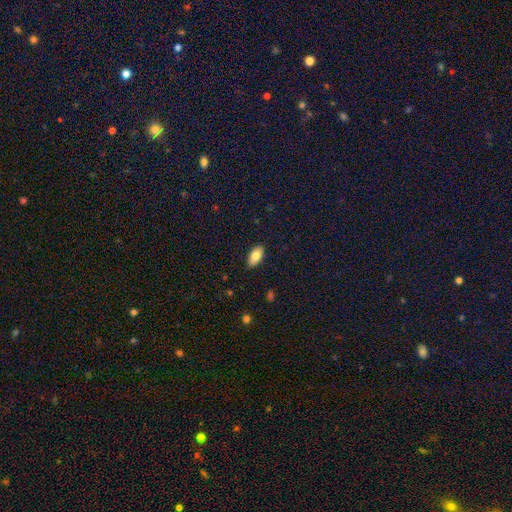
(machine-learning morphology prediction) smooth-or-featured: smooth: 78% | featured or disk: 15% | star or artifact: 7%
  how-rounded: in between: 91% | cigar-shaped: 6% | round: 3%
  merging: none: 88% | minor disturbance: 9% | major disturbance: 2% | merger: 1%